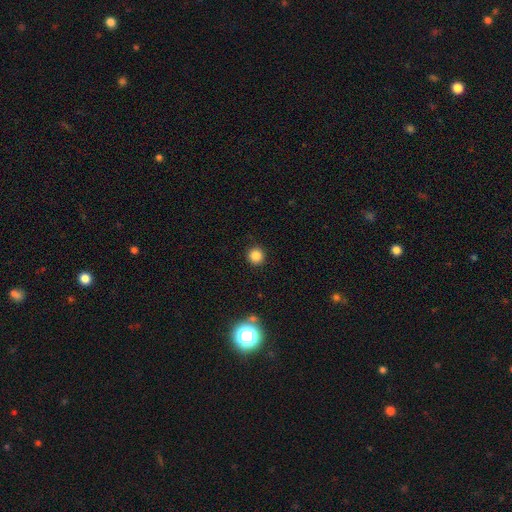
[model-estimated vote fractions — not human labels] A smooth galaxy with no disk features (84%) that is round (95%). Merging: none (92%).